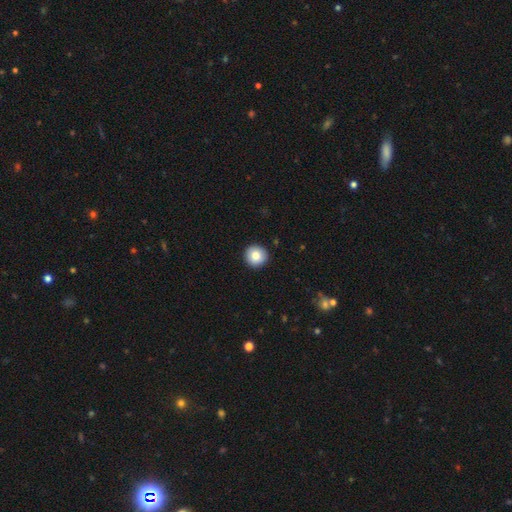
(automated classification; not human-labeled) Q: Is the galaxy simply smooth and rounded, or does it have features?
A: smooth — 84%.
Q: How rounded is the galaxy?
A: round — 95%.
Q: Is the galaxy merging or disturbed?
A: none — 93%.